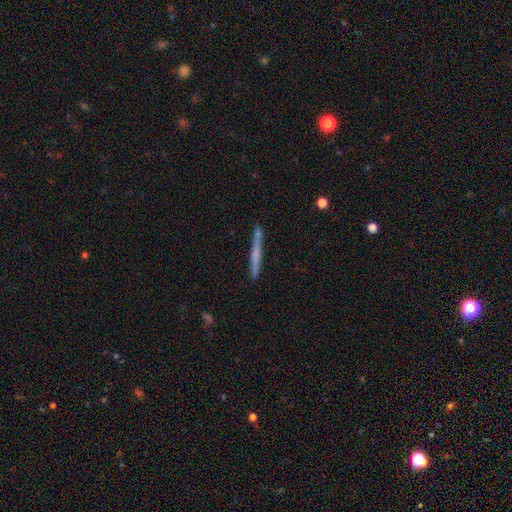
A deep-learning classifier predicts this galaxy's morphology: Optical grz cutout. It shows a smooth galaxy with no disk features (48%). Merging: none (85%).